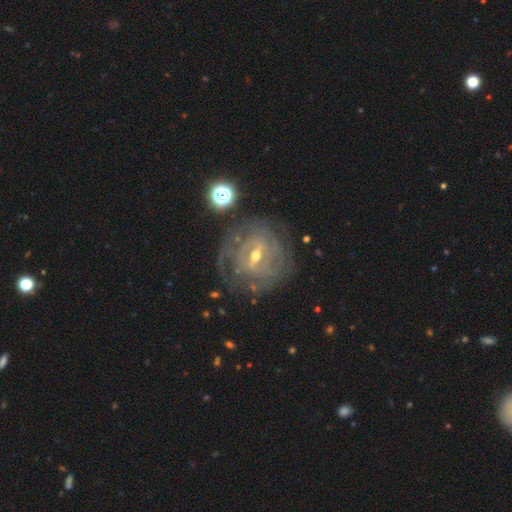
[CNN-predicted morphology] A featured or disk galaxy (87%) with a weak bar (45%), tight (75%) spiral arms (90%) and a moderate central bulge (55%). Merging: none (73%).